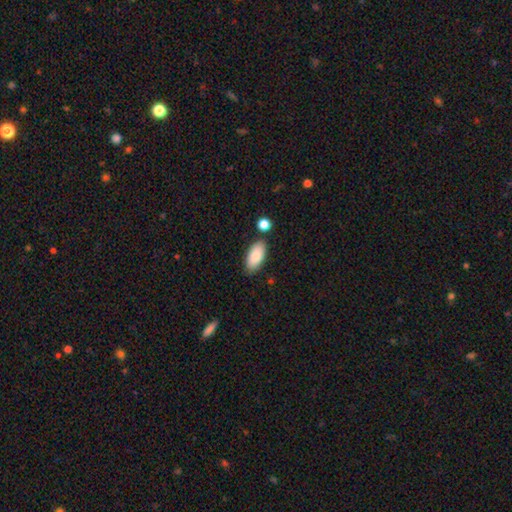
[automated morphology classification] This appears to be a smooth galaxy with no disk features (86%) that is in between round and cigar-shaped (92%). Merging: none (80%).